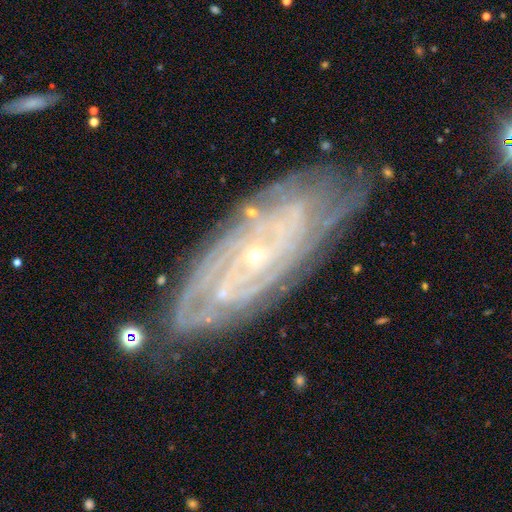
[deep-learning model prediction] Overall: featured or disk (85%). Edge-on disk: no (89%). Bar: no (74%). Spiral arms: yes (95%). Spiral arm count: can't tell (42%; 4 14%). Spiral winding: tight (78%). Bulge size: small (85%). Merging: none (75%).